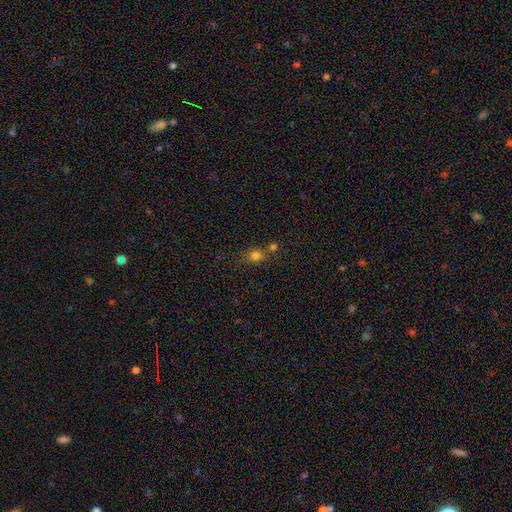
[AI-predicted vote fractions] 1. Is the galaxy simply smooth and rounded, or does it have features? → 76% smooth, 16% star or artifact, 8% featured or disk.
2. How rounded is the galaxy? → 72% round, 27% in between, 2% cigar-shaped.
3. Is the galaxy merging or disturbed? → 57% none, 26% merger, 12% minor disturbance, 5% major disturbance.